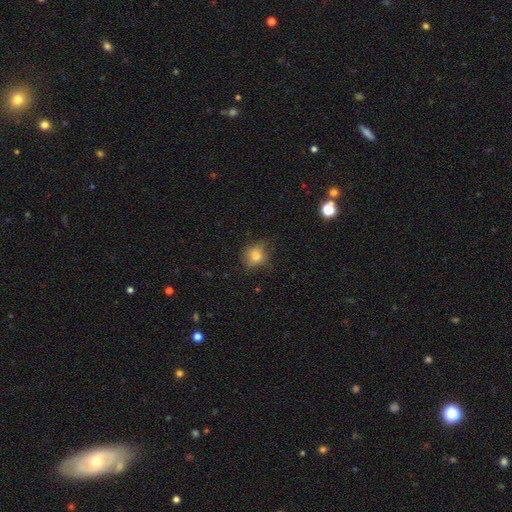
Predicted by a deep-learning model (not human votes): A smooth galaxy with no disk features (77%) that is round (71%). Merging: none (60%).